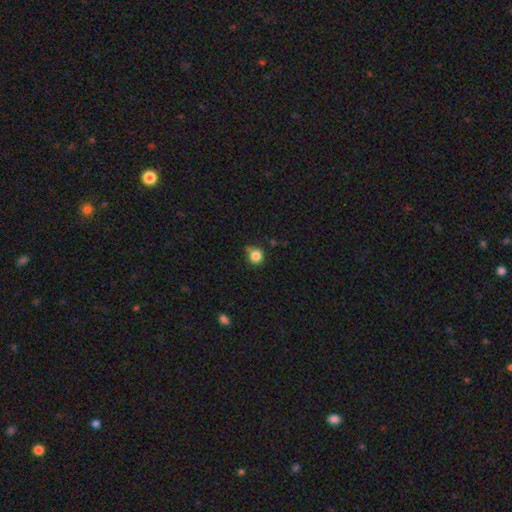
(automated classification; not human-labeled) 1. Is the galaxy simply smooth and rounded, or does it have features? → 85% smooth, 11% star or artifact, 4% featured or disk.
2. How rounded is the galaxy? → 91% round, 9% in between, 1% cigar-shaped.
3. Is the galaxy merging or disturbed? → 74% none, 16% minor disturbance, 6% merger, 4% major disturbance.